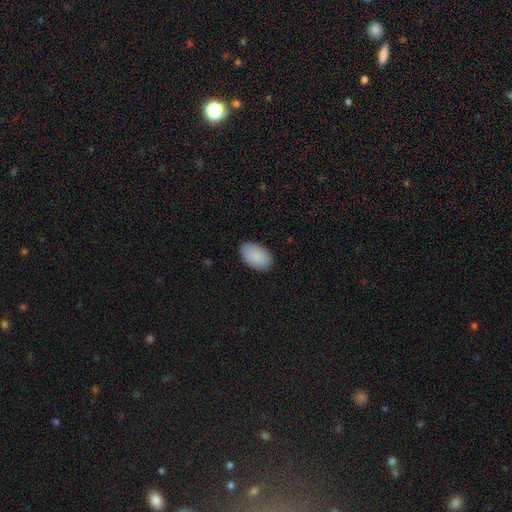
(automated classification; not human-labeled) This appears to be a smooth galaxy with no disk features (90%) that is in between round and cigar-shaped (93%). Merging: none (86%).